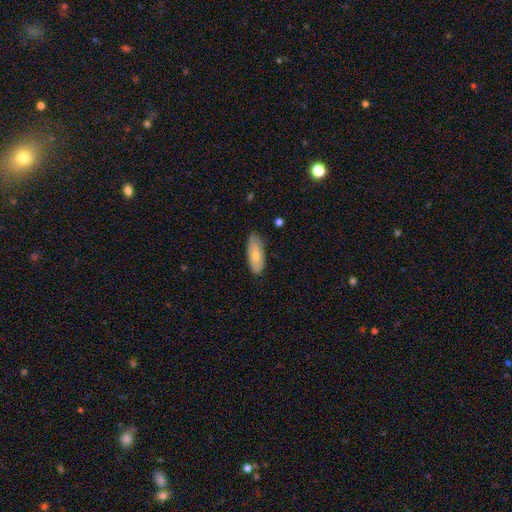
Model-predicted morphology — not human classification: This is likely a smooth galaxy (74%). How rounded: likely in between (79%). Merging: likely none (79%).